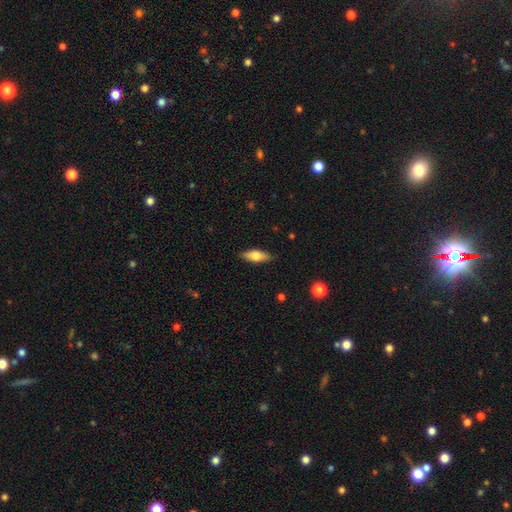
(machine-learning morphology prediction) smooth_or_featured: smooth (p=0.60) [alt: featured or disk p=0.33]
how_rounded: in between (p=0.65) [alt: cigar-shaped p=0.32]
merging: none (p=0.86) [alt: minor disturbance p=0.10]